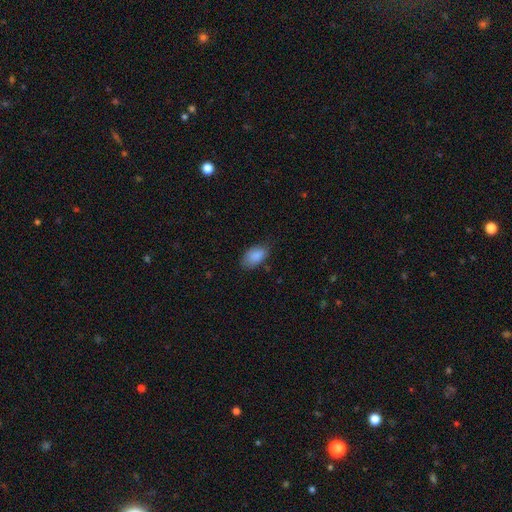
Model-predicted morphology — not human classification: type=smooth (88%); roundness=in between (92%); merging=none (68%).